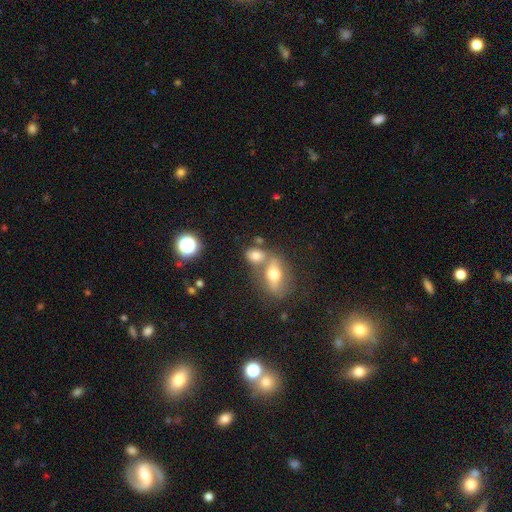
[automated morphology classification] Smooth or featured? smooth (70%)
How rounded? in between (71%)
Merging? none (47%)